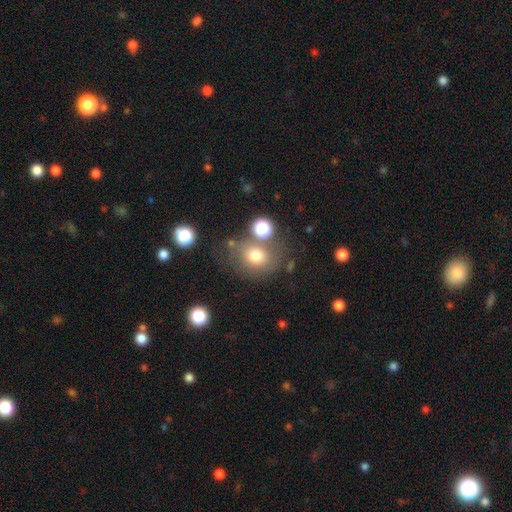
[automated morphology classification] This appears to be a smooth galaxy with no disk features (71%) that is round (61%). Merging: none (61%).